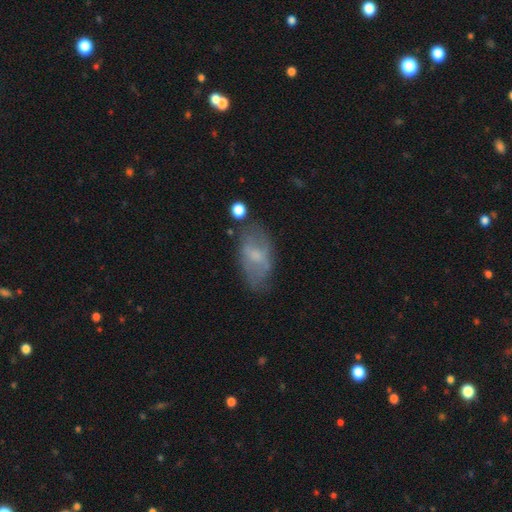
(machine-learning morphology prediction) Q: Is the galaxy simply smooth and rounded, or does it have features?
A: smooth — 48%.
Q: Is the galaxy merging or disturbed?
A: none — 60%.